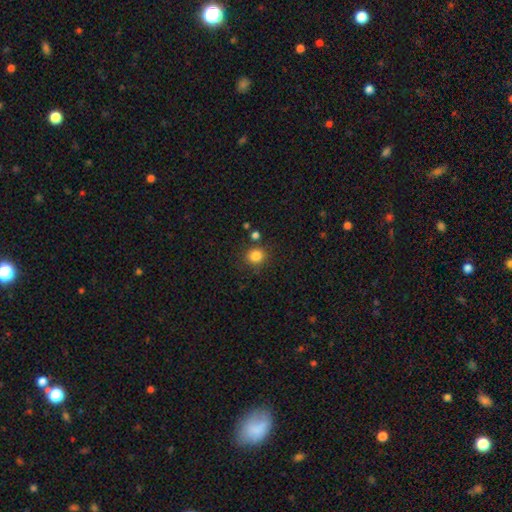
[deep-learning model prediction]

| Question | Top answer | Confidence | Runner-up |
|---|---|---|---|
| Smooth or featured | smooth | 84% | star or artifact (12%) |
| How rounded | round | 80% | in between (19%) |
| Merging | none | 78% | minor disturbance (12%) |